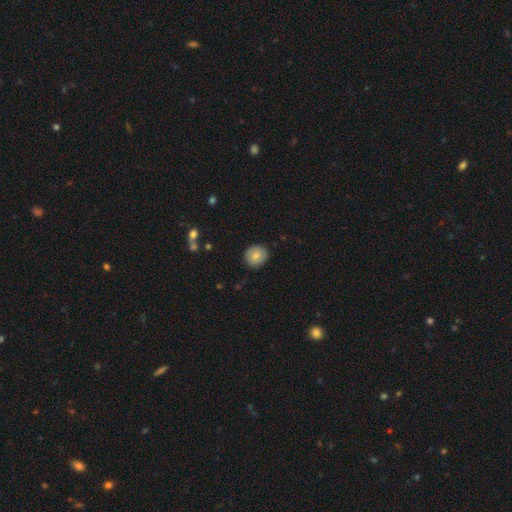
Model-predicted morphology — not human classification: Smooth or featured: smooth — 77% (featured or disk — 16%)
How rounded: round — 88% (in between — 11%)
Merging: none — 85% (minor disturbance — 11%)